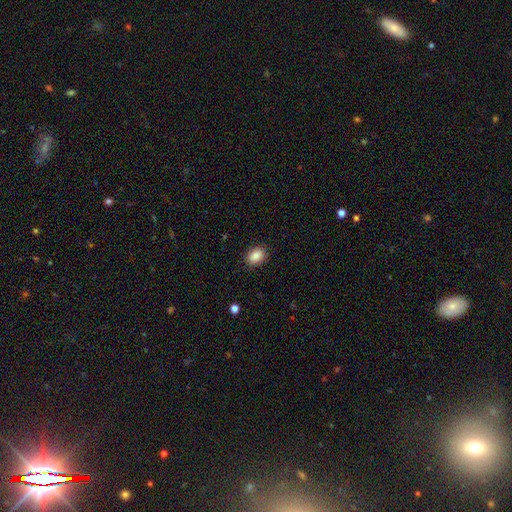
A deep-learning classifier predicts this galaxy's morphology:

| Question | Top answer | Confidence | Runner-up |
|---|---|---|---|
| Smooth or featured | smooth | 85% | star or artifact (8%) |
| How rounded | in between | 69% | round (30%) |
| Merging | none | 89% | minor disturbance (8%) |